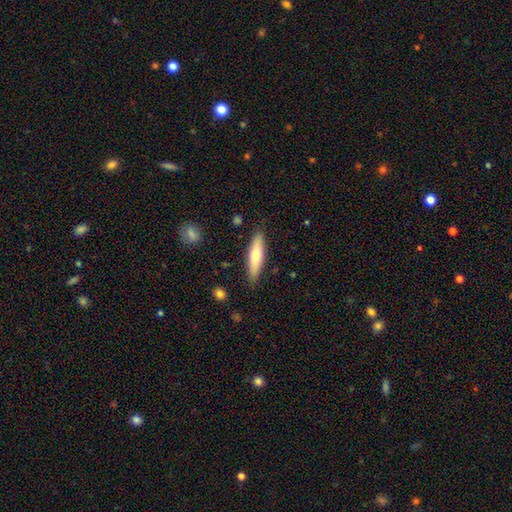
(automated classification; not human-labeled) This is likely a smooth galaxy (62%). How rounded: likely cigar-shaped (70%). Merging: clearly none (88%).